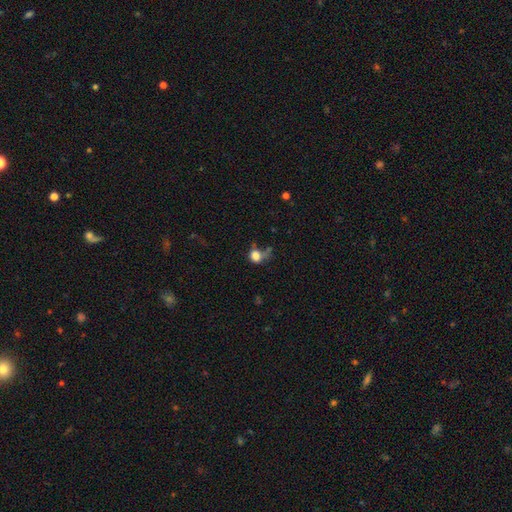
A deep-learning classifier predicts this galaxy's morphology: Smooth or featured? Predicted: smooth (p=0.78). How rounded? Predicted: round (p=0.61). Merging? Predicted: none (p=0.37).